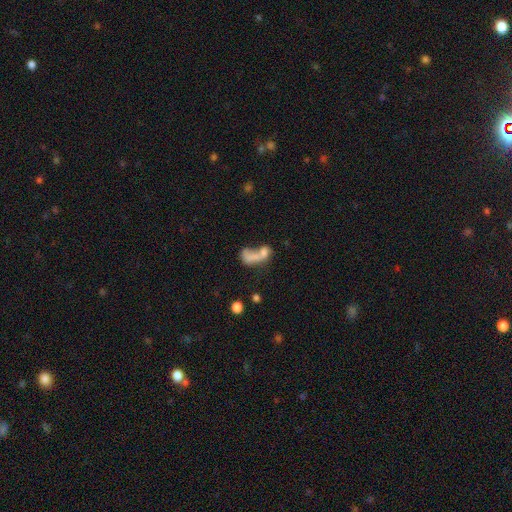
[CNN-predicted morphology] Smooth or featured? Predicted: smooth (p=0.58). How rounded? Predicted: in between (p=0.70). Merging? Predicted: merger (p=0.59).